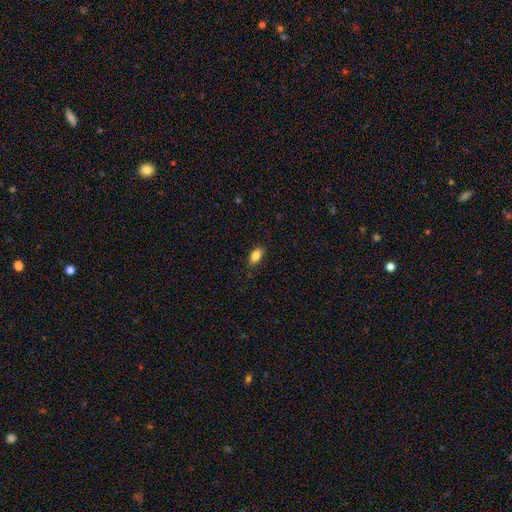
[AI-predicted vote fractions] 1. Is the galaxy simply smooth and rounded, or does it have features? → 84% smooth, 8% star or artifact, 8% featured or disk.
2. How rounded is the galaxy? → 89% in between, 6% cigar-shaped, 6% round.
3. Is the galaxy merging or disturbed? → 86% none, 11% minor disturbance, 2% major disturbance, 1% merger.